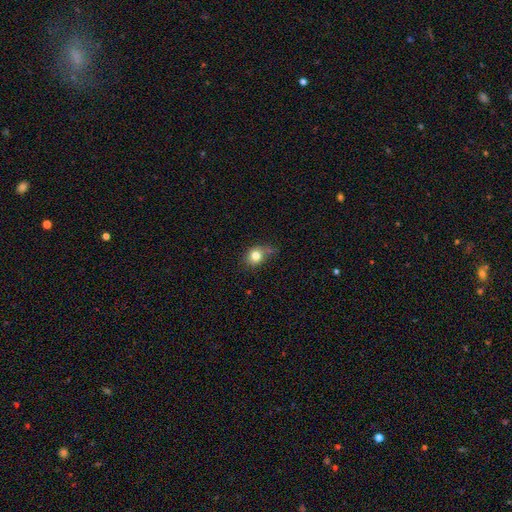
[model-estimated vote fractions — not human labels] The model was most divided on "merging": none: 53%, minor disturbance: 30%, major disturbance: 10%, merger: 6%. More confident: smooth or featured — smooth (80%); how rounded — round (68%).